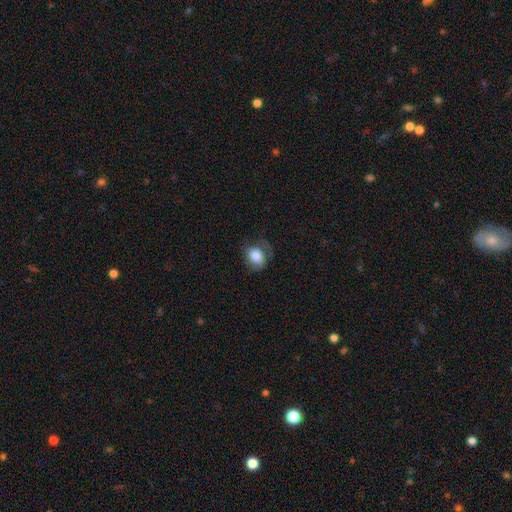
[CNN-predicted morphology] Smooth or featured? Predicted: smooth (p=0.76). How rounded? Predicted: in between (p=0.51). Merging? Predicted: none (p=0.51).